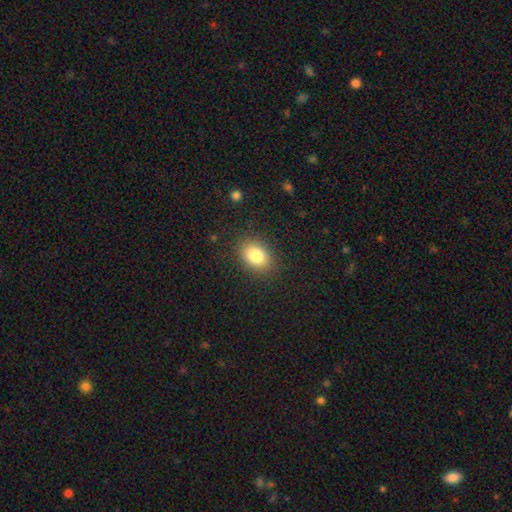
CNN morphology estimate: smooth_or_featured: smooth (p=0.84) [alt: star or artifact p=0.09]
how_rounded: in between (p=0.76) [alt: round p=0.23]
merging: none (p=0.86) [alt: minor disturbance p=0.10]